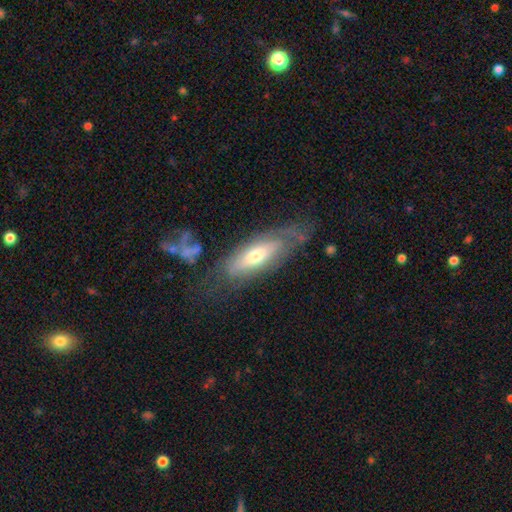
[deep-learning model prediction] Smooth or featured? Predicted: featured or disk (p=0.53). Edge-on disk? Predicted: no (p=0.68). Merging? Predicted: none (p=0.56).